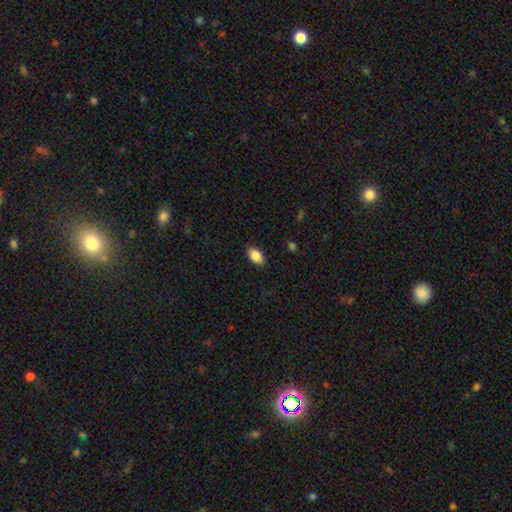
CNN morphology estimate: smooth-or-featured: smooth: 86% | star or artifact: 8% | featured or disk: 7%
  how-rounded: in between: 91% | round: 6% | cigar-shaped: 3%
  merging: none: 86% | minor disturbance: 10% | major disturbance: 2% | merger: 1%